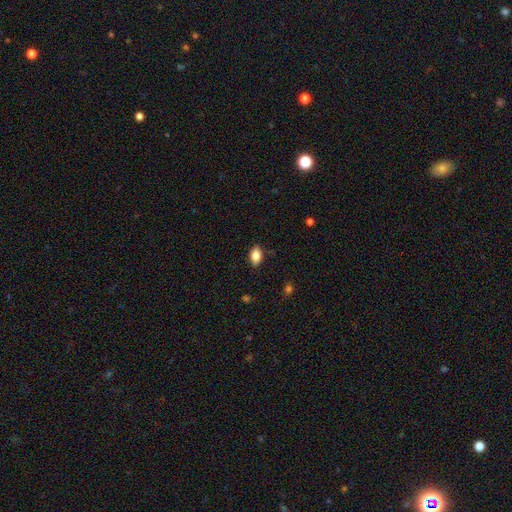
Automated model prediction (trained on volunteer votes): Smooth or featured: smooth — 84% (featured or disk — 8%)
How rounded: in between — 89% (round — 7%)
Merging: none — 84% (minor disturbance — 13%)